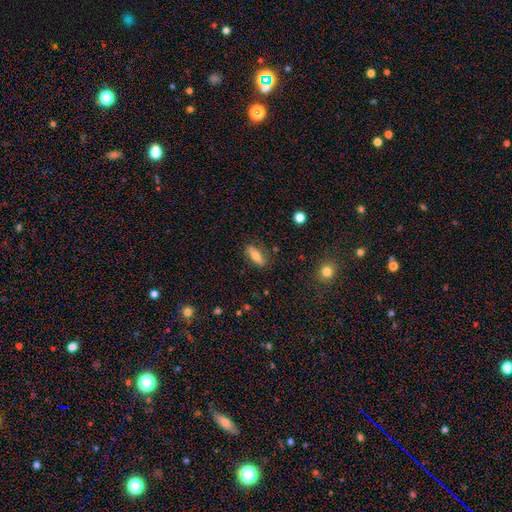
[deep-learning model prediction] A smooth galaxy with no disk features (64%) that is in between round and cigar-shaped (60%). Merging: none (84%).